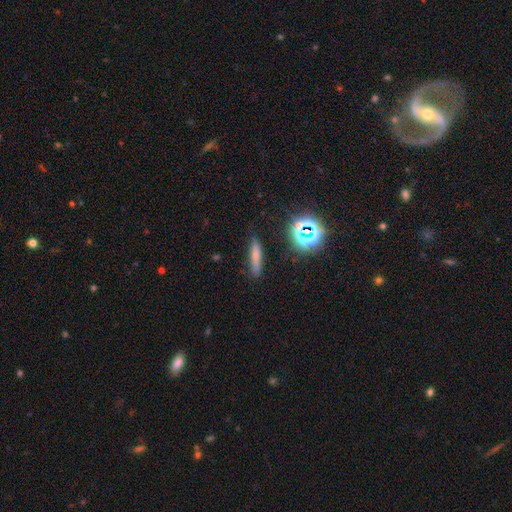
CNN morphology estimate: smooth-or-featured: smooth: 67% | featured or disk: 17% | star or artifact: 16%
  how-rounded: cigar-shaped: 84% | in between: 12% | round: 4%
  merging: none: 83% | minor disturbance: 11% | major disturbance: 3% | merger: 2%